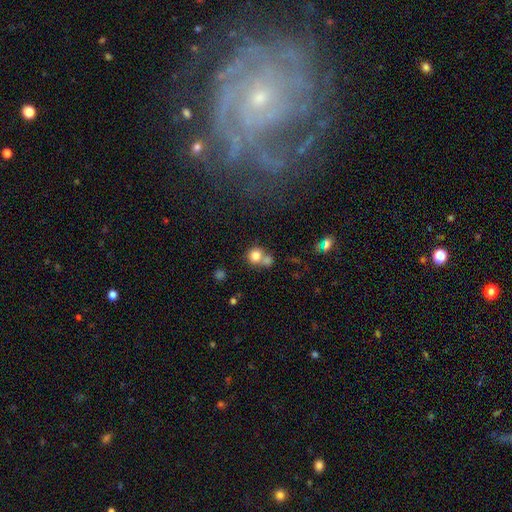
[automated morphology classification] Smooth or featured: smooth — 79% (star or artifact — 11%)
How rounded: round — 85% (in between — 14%)
Merging: merger — 47% (none — 42%)